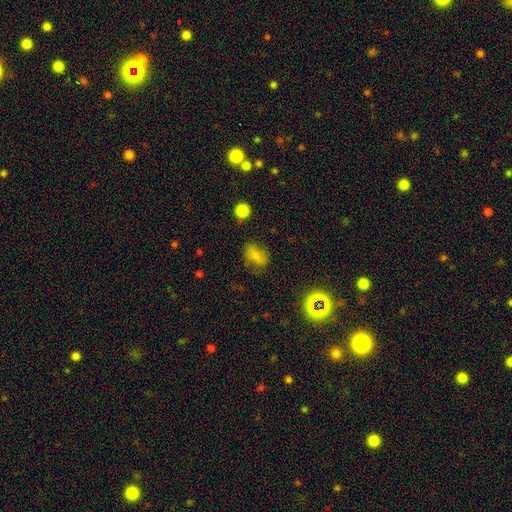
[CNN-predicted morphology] This is likely a smooth galaxy (72%). How rounded: likely in between (75%). Merging: likely none (67%).